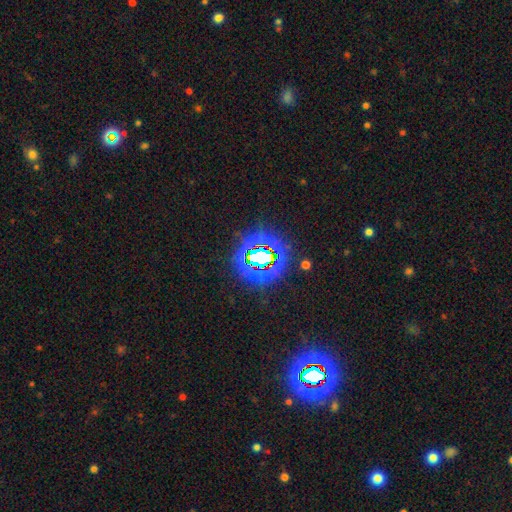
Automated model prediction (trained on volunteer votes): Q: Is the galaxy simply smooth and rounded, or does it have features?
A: star or artifact — 84%.